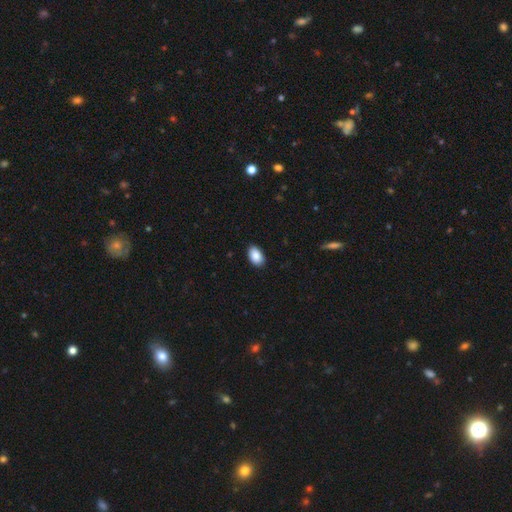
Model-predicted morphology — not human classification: Q: Smooth or featured?
A: smooth (89%); runner-up: star or artifact (7%)
Q: How rounded?
A: in between (93%); runner-up: round (6%)
Q: Merging?
A: none (89%); runner-up: minor disturbance (9%)